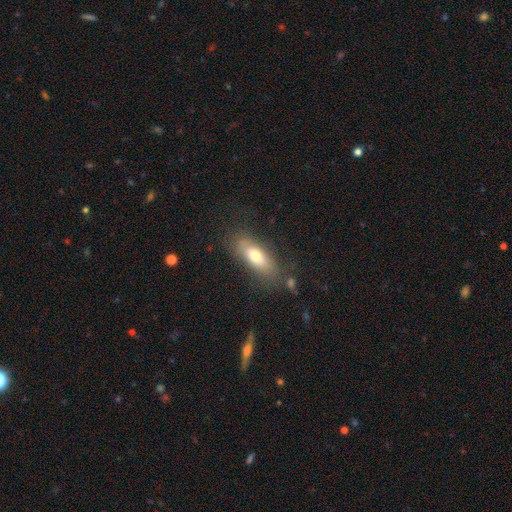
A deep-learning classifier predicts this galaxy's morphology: This appears to be a smooth galaxy with no disk features (68%) that is in between round and cigar-shaped (70%). Merging: none (73%).